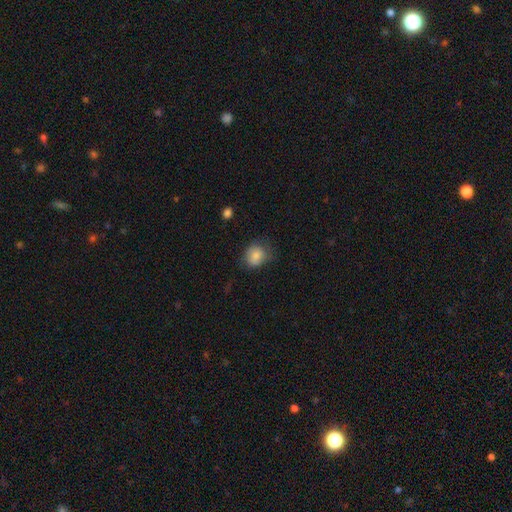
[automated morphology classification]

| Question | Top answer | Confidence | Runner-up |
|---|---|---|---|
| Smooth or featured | smooth | 81% | featured or disk (10%) |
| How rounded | round | 64% | in between (35%) |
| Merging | none | 62% | minor disturbance (27%) |